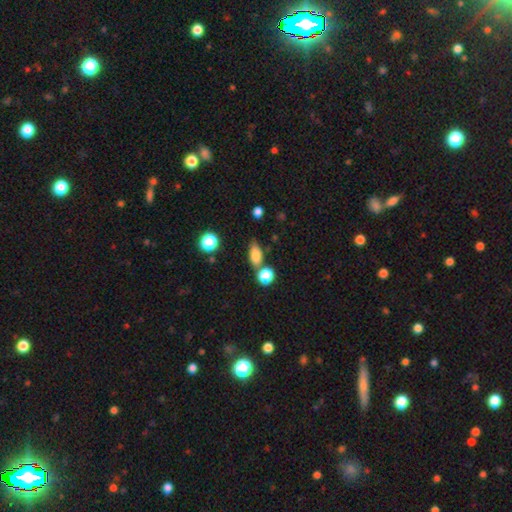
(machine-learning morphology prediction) Overall: smooth (80%). How rounded: in between (78%). Merging: none (63%).